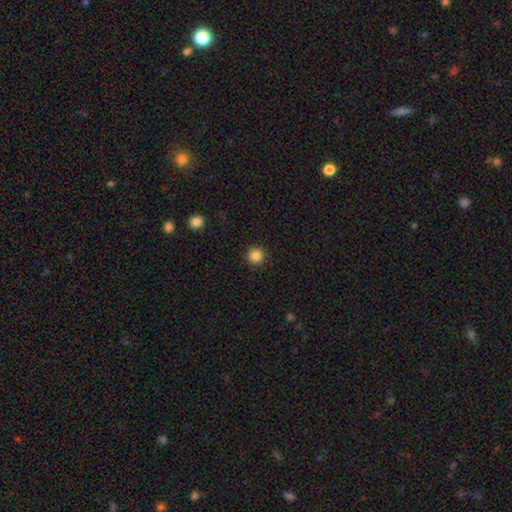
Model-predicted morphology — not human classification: Smooth or featured? smooth (86%)
How rounded? round (96%)
Merging? none (93%)